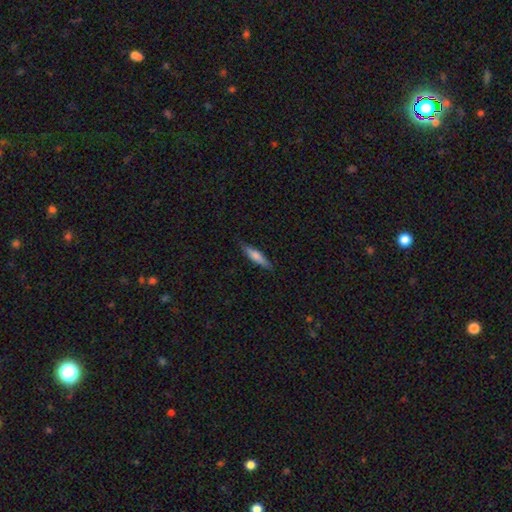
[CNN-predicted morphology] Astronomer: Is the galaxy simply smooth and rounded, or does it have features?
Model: smooth — 67%.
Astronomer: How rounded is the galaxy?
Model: cigar-shaped — 81%.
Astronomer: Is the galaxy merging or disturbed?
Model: none — 85%.